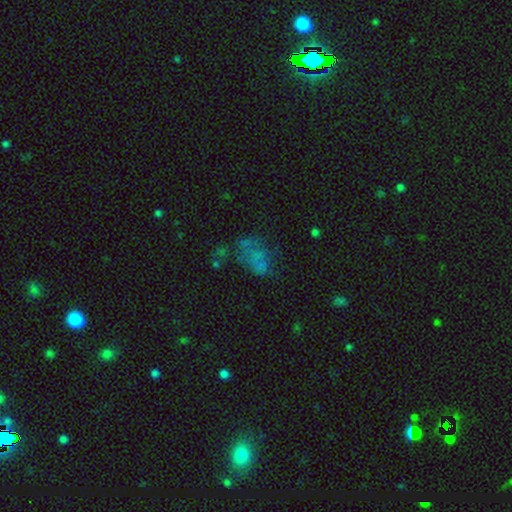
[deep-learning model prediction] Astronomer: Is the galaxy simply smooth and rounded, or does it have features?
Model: smooth — 47% (runner-up: featured or disk, 31%).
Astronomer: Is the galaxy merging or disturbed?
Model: none — 38% (runner-up: major disturbance, 28%).